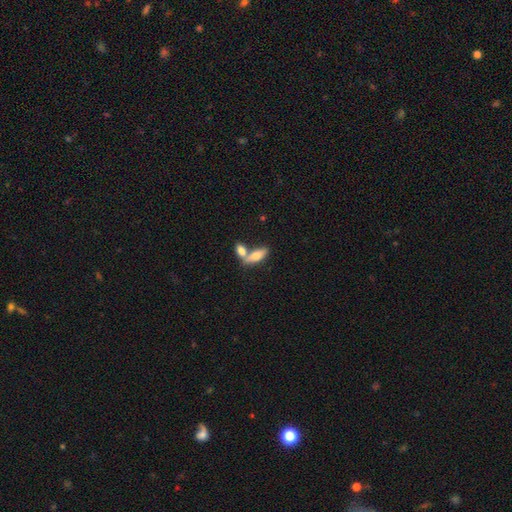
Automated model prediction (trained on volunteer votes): This is likely a smooth galaxy (71%). How rounded: likely in between (73%). Merging: possibly merger (54%).